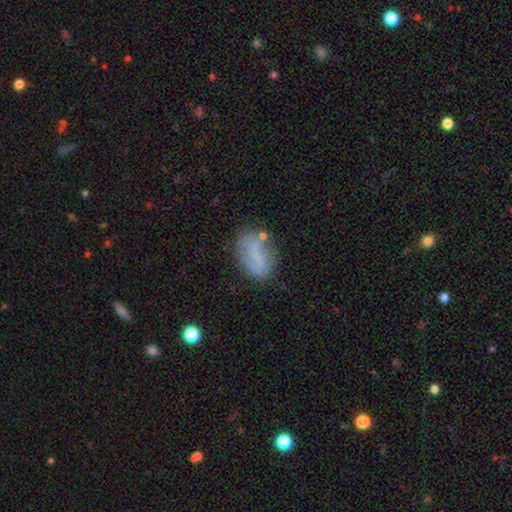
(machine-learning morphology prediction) Smooth or featured?
  - smooth: 52% *
  - featured or disk: 39%
  - star or artifact: 9%
How rounded?
  - in between: 86% *
  - round: 10%
  - cigar-shaped: 4%
Merging?
  - none: 66% *
  - minor disturbance: 21%
  - major disturbance: 7%
  - merger: 6%